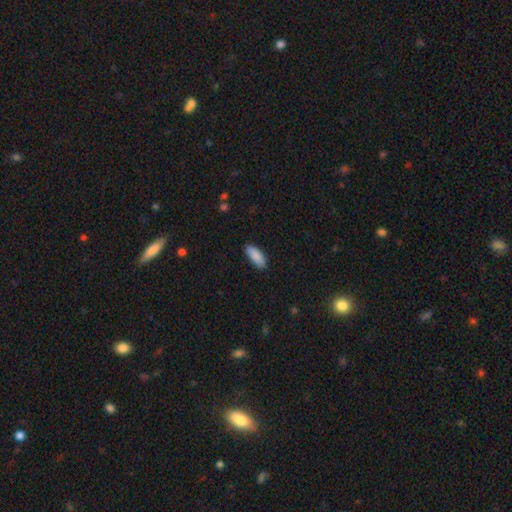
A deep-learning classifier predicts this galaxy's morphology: Overall: smooth (89%). How rounded: in between (77%). Merging: none (87%).